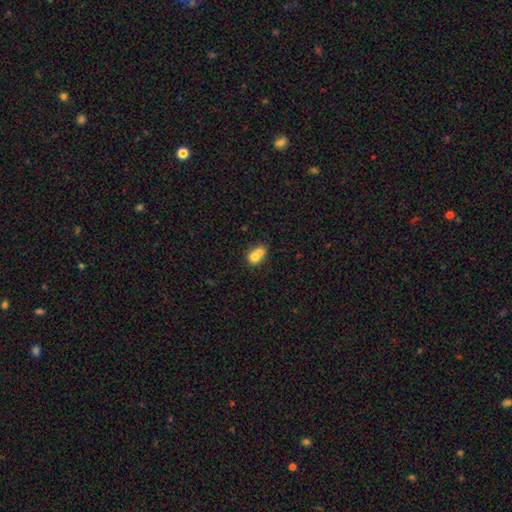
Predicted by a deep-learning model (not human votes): The model was most divided on "how rounded": round: 62%, in between: 37%, cigar-shaped: 1%. More confident: smooth or featured — smooth (71%); merging — merger (64%).